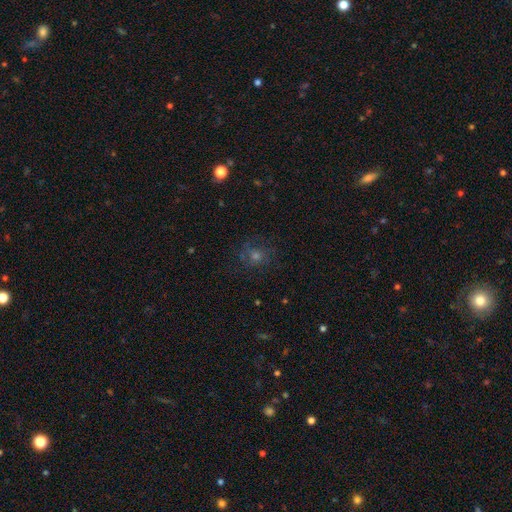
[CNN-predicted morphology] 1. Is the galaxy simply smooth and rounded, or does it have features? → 37% smooth, 32% star or artifact, 31% featured or disk.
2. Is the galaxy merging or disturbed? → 75% none, 14% minor disturbance, 9% major disturbance, 2% merger.